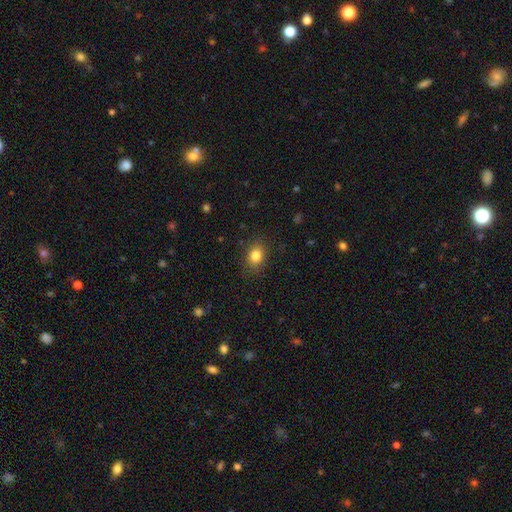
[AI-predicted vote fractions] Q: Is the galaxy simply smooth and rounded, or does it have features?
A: smooth — 83%.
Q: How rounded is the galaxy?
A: in between — 56%.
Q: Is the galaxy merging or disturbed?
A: none — 85%.